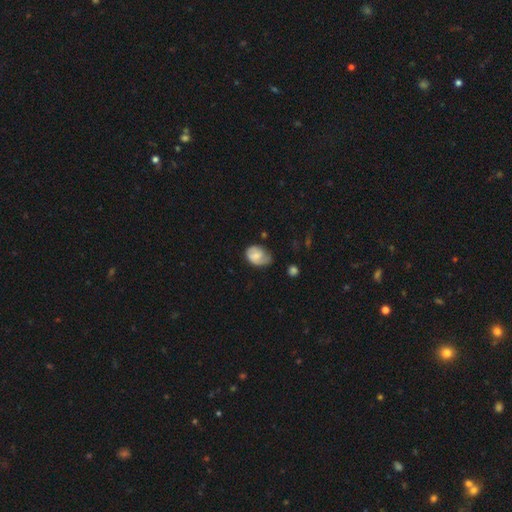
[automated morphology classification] Smooth or featured: smooth — 58% (featured or disk — 34%)
How rounded: in between — 75% (round — 24%)
Merging: none — 40% (tied with minor disturbance — 40%)